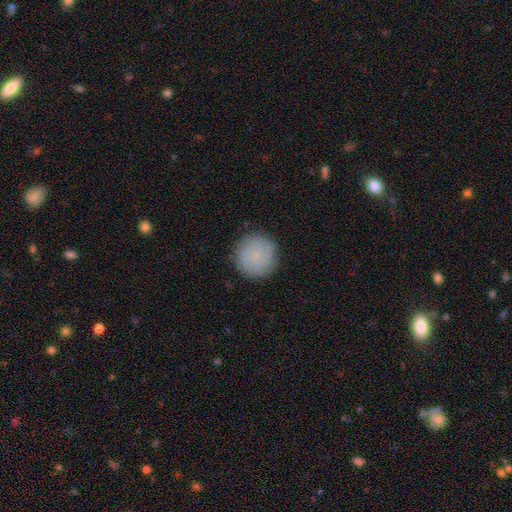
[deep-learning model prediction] Q: Smooth or featured?
A: smooth (71%); runner-up: featured or disk (22%)
Q: How rounded?
A: round (95%); runner-up: in between (4%)
Q: Merging?
A: none (88%); runner-up: minor disturbance (9%)